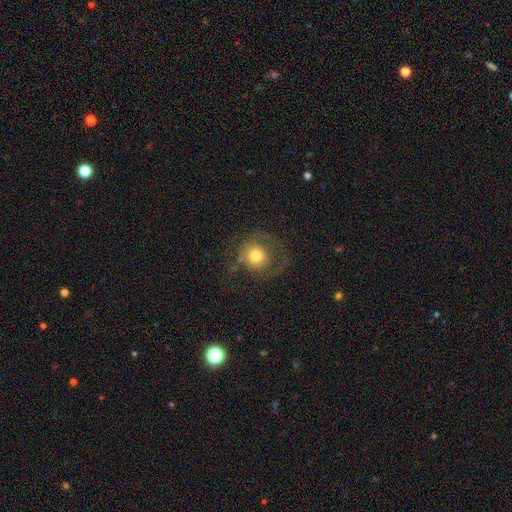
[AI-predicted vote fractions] Smooth or featured: smooth — 62% (featured or disk — 27%)
How rounded: round — 87% (in between — 12%)
Merging: none — 48% (major disturbance — 29%)